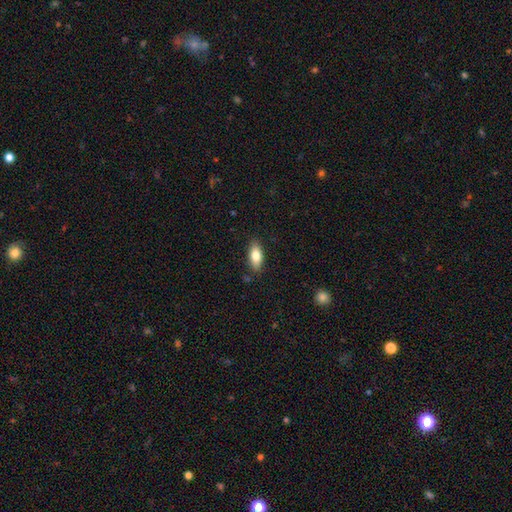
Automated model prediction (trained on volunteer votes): smooth_or_featured: smooth (p=0.77) [alt: featured or disk p=0.16]
how_rounded: in between (p=0.82) [alt: cigar-shaped p=0.15]
merging: none (p=0.84) [alt: minor disturbance p=0.12]